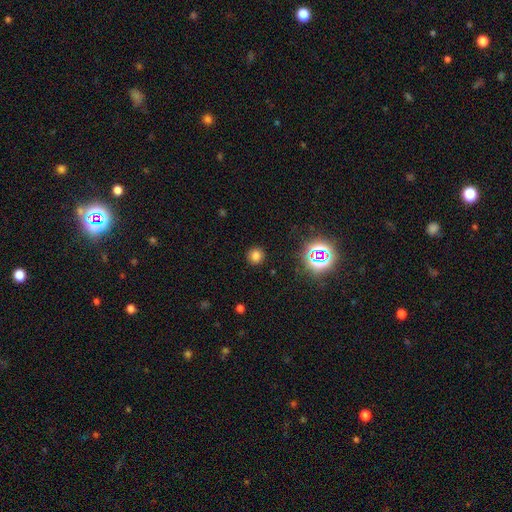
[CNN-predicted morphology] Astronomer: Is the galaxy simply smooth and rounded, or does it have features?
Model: smooth — 74%.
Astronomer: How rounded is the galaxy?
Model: round — 90%.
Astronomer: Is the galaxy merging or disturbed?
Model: none — 90%.